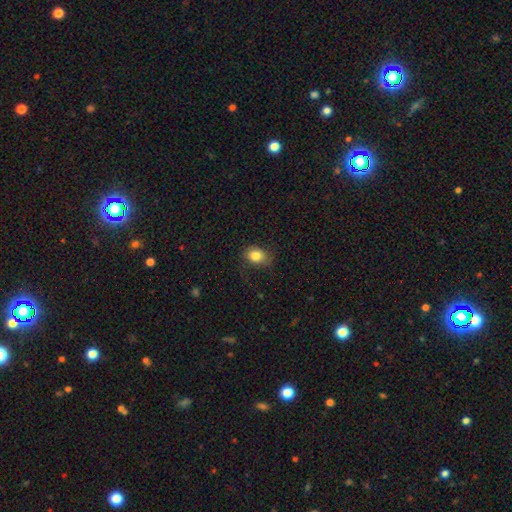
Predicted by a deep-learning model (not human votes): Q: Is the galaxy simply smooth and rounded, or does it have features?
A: smooth — 83%.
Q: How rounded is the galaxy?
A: in between — 59%.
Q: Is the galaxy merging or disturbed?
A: none — 72%.